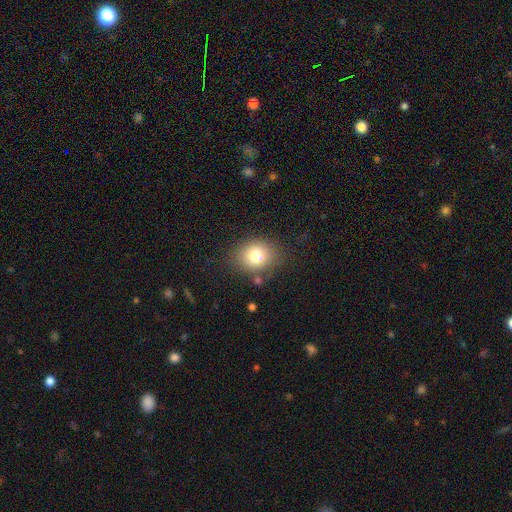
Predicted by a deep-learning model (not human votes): This appears to be a smooth galaxy with no disk features (77%) that is round (56%). Merging: none (77%).